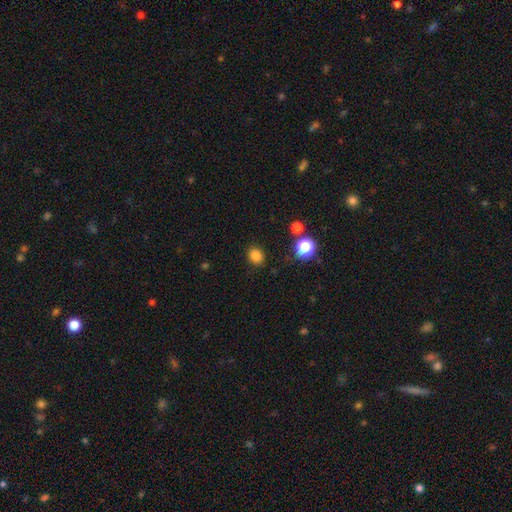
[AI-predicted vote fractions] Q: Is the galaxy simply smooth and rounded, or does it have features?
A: smooth — 82%.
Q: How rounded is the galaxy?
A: round — 57%.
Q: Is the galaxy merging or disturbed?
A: none — 85%.